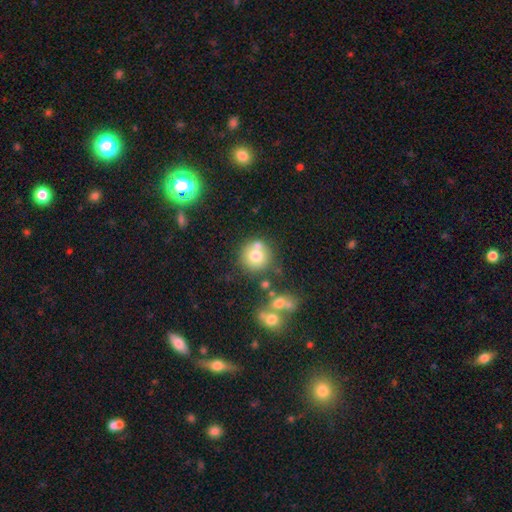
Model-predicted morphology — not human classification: smooth 71%, featured or disk 18%, star or artifact 11%. Down the decision tree: how rounded — round (92%); merging — none (59%).